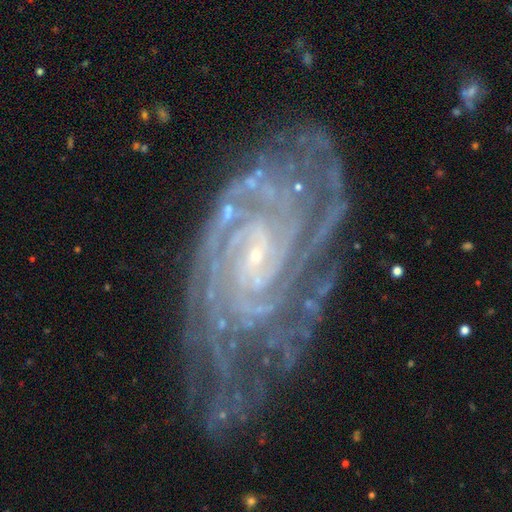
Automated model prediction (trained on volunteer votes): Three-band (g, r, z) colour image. It shows a featured or disk galaxy (91%) with no bar (54%), tight (79%) spiral arms (98%) and a small central bulge (85%). Merging: none (70%).